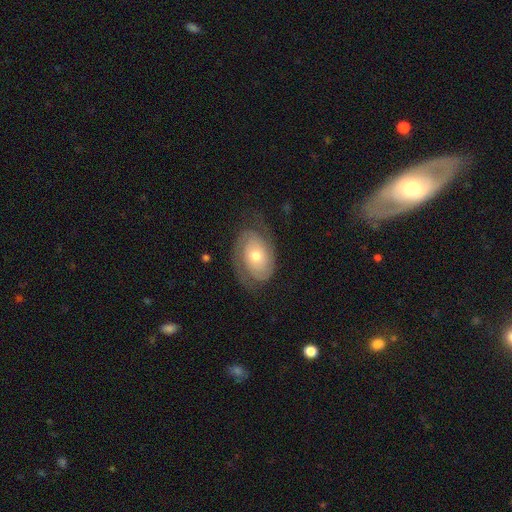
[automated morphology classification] The model was most divided on "spiral winding": tight: 58%, medium: 30%, loose: 12%. More confident: edge-on disk — no (96%); spiral arms — yes (92%); spiral arm count — 2 (79%); smooth or featured — featured or disk (78%); bar — no (78%); merging — none (71%); bulge size — moderate (65%).